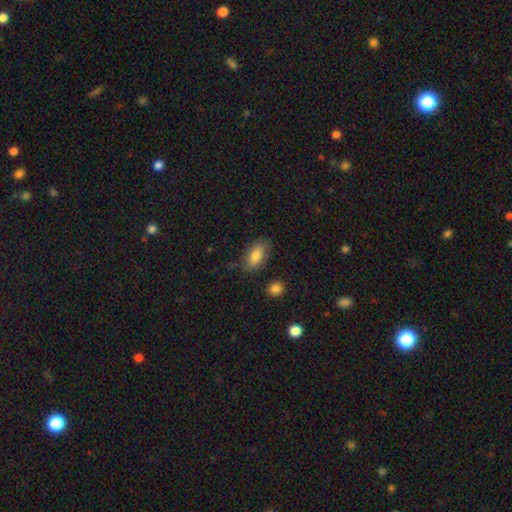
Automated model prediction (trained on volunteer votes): Overall: smooth (78%). How rounded: in between (90%). Merging: none (76%).